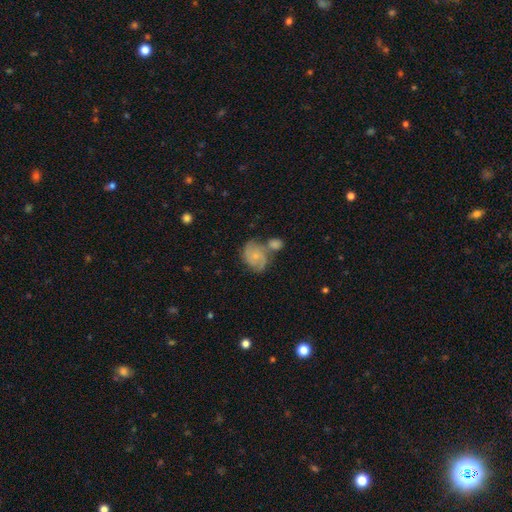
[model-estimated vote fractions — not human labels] Overall: featured or disk (62%; smooth 31%). Edge-on disk: no (98%). Bar: no (75%). Spiral arms: yes (88%). Spiral arm count: 2 (55%; can't tell 20%). Spiral winding: medium (45%; tight 38%). Bulge size: small (68%). Merging: none (39%; merger 32%).